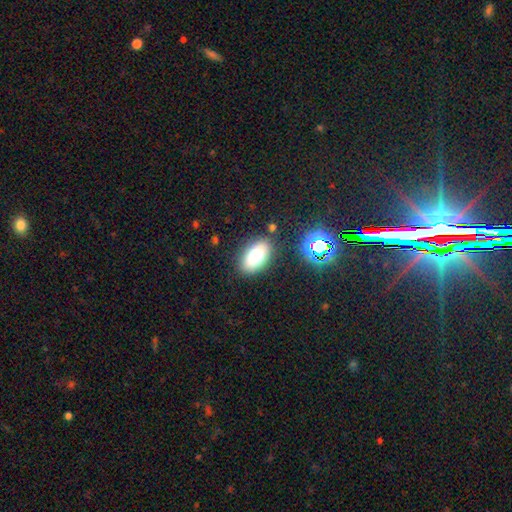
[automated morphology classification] type=smooth (76%); roundness=in between (91%); merging=none (84%).